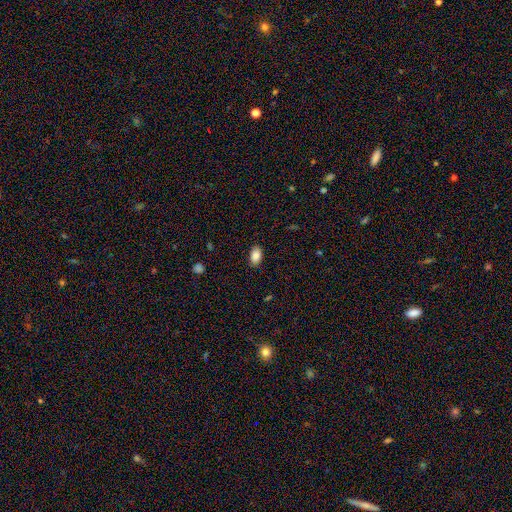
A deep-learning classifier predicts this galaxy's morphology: Overall: smooth (88%). How rounded: in between (92%). Merging: none (87%).